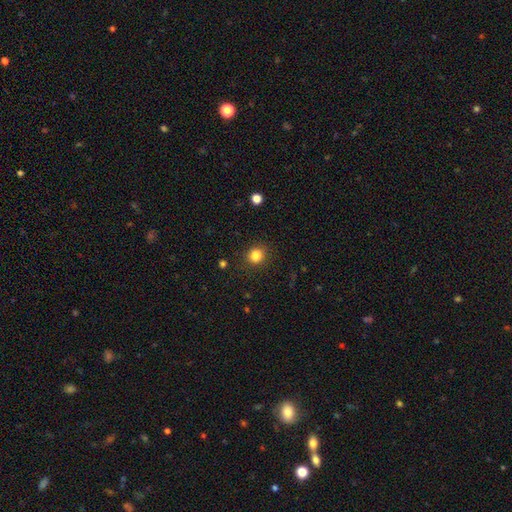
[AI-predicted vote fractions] Smooth or featured? smooth (84%)
How rounded? round (84%)
Merging? none (88%)